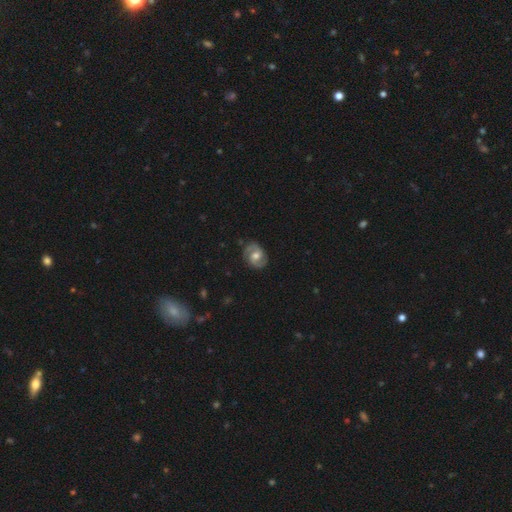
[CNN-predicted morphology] The model was most divided on "bar": no: 48%, weak: 42%, strong: 10%. Remaining: edge-on disk — no (98%); spiral arms — yes (93%); spiral arm count — 2 (91%); merging — none (84%); smooth or featured — featured or disk (79%); bulge size — moderate (72%); spiral winding — medium (49%).